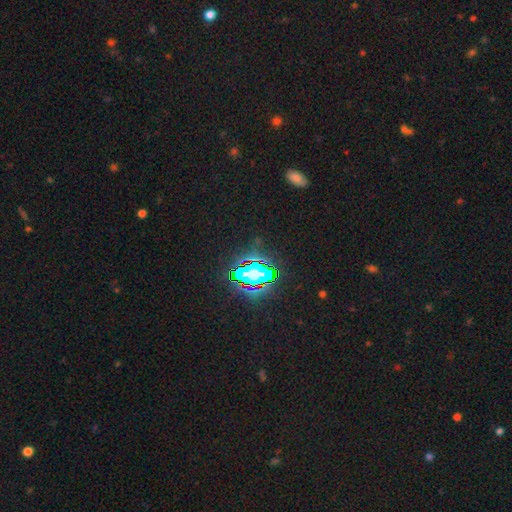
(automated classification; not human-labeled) This is clearly a star or artifact rather than a galaxy (82%).